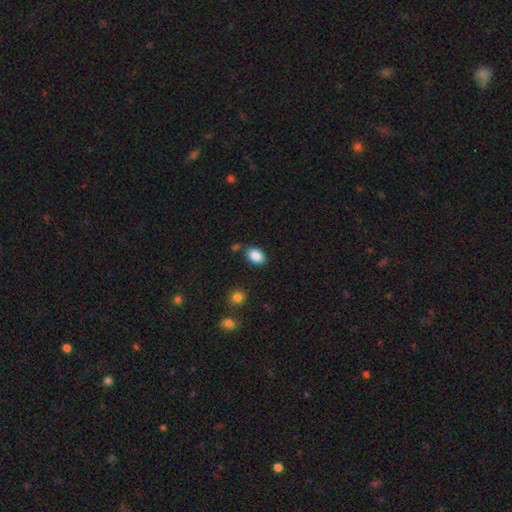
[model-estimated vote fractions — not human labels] Morphology: type=smooth (88%); roundness=in between (84%); merging=none (82%).